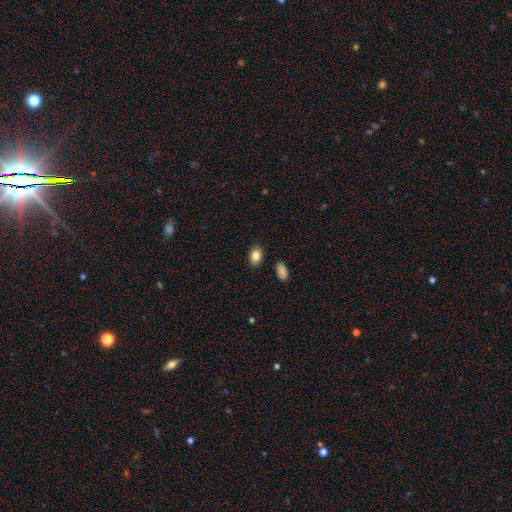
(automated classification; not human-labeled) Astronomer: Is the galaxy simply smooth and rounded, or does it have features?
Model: smooth — 85%.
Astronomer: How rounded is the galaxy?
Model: in between — 82%.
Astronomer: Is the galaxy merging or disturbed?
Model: none — 88%.